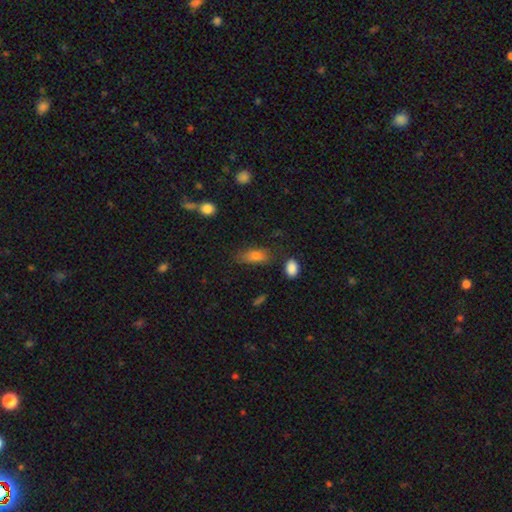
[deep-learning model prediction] smooth_or_featured: smooth (p=0.80) [alt: featured or disk p=0.11]
how_rounded: in between (p=0.80) [alt: cigar-shaped p=0.15]
merging: none (p=0.59) [alt: minor disturbance p=0.28]